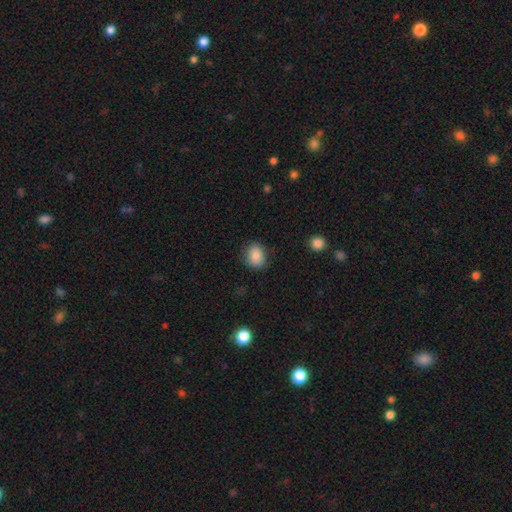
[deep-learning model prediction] smooth_or_featured: smooth (p=0.86) [alt: star or artifact p=0.09]
how_rounded: in between (p=0.53) [alt: round p=0.46]
merging: none (p=0.79) [alt: minor disturbance p=0.15]